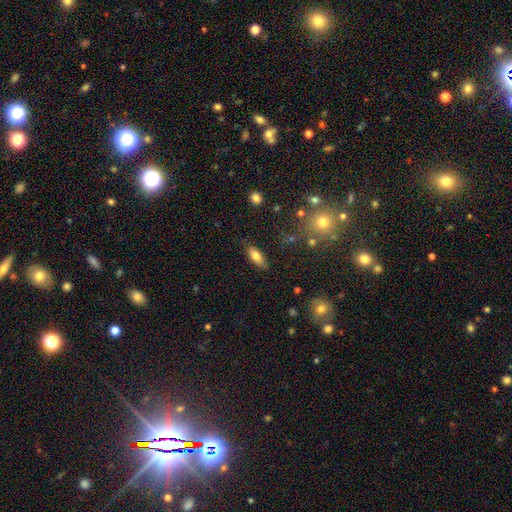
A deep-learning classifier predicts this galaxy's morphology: The model was most divided on "how rounded": in between: 72%, cigar-shaped: 26%, round: 3%. More confident: merging — none (82%); smooth or featured — smooth (74%).